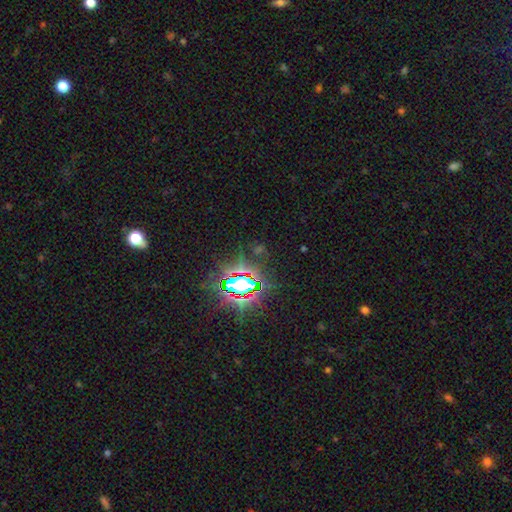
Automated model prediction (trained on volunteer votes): Overall: star or artifact (83%).